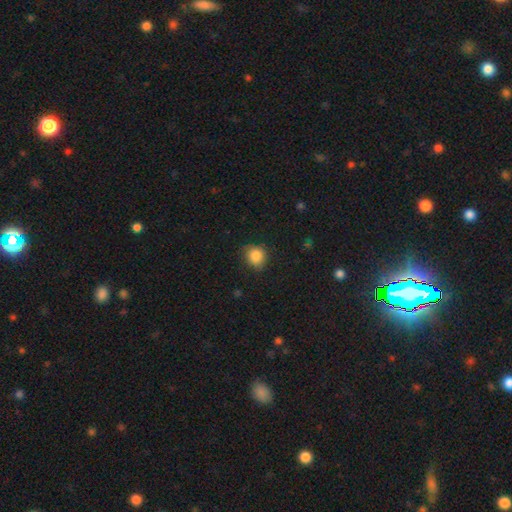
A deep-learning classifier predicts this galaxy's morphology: smooth-or-featured: smooth: 86% | star or artifact: 9% | featured or disk: 5%
  how-rounded: round: 78% | in between: 21% | cigar-shaped: 1%
  merging: none: 73% | minor disturbance: 21% | major disturbance: 4% | merger: 1%